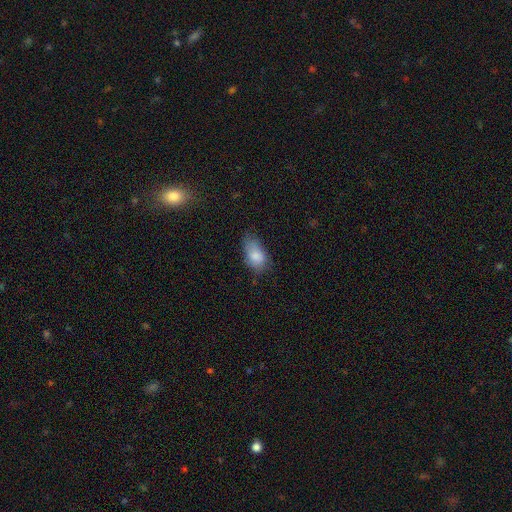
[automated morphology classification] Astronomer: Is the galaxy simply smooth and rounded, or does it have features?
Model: smooth — 82%.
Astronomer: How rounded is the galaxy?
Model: in between — 90%.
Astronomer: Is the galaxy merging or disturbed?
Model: none — 49% (runner-up: minor disturbance, 37%).